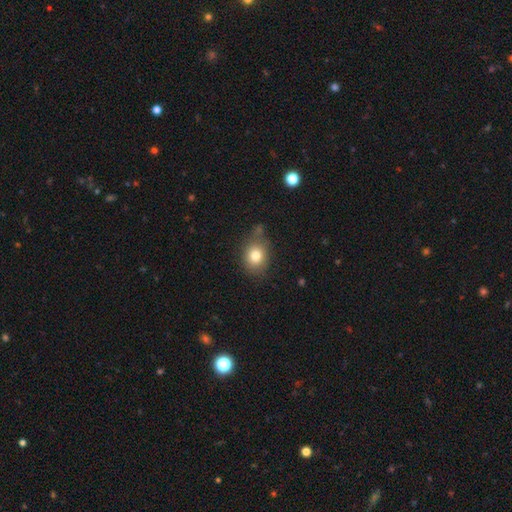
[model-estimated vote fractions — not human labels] A smooth galaxy with no disk features (79%) that is round (63%). Merging: none (69%).